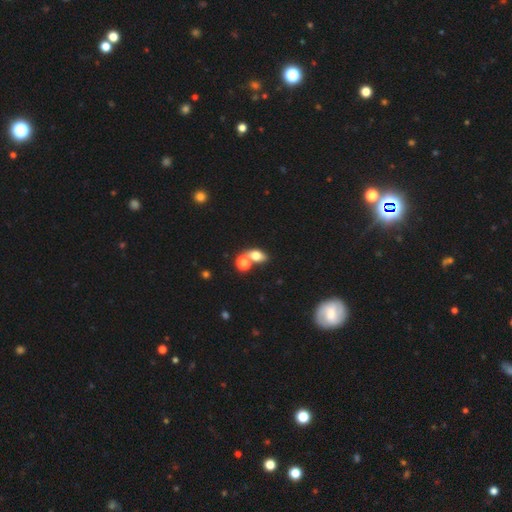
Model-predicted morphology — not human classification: Q: Smooth or featured?
A: smooth (73%); runner-up: featured or disk (14%)
Q: How rounded?
A: in between (73%); runner-up: round (23%)
Q: Merging?
A: none (47%); runner-up: merger (39%)